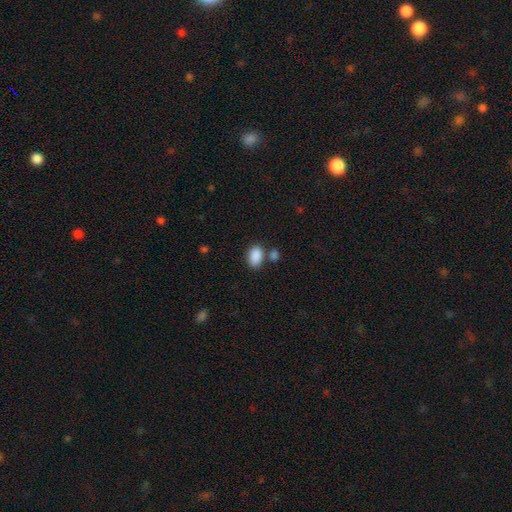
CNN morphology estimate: Smooth or featured? Predicted: smooth (p=0.89). How rounded? Predicted: in between (p=0.88). Merging? Predicted: none (p=0.66).